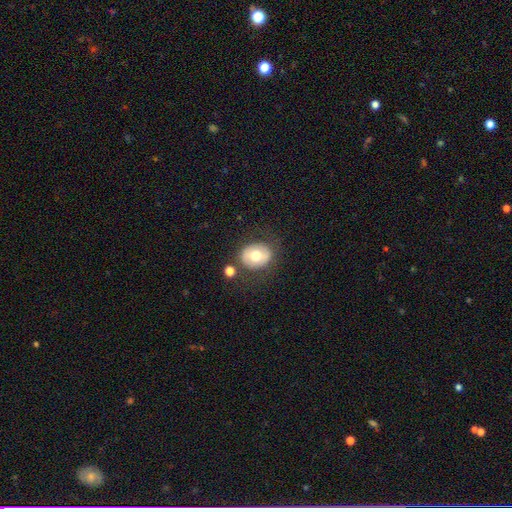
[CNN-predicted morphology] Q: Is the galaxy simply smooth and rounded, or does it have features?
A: smooth — 59%.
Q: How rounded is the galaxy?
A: round — 56%.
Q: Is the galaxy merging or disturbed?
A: none — 75%.